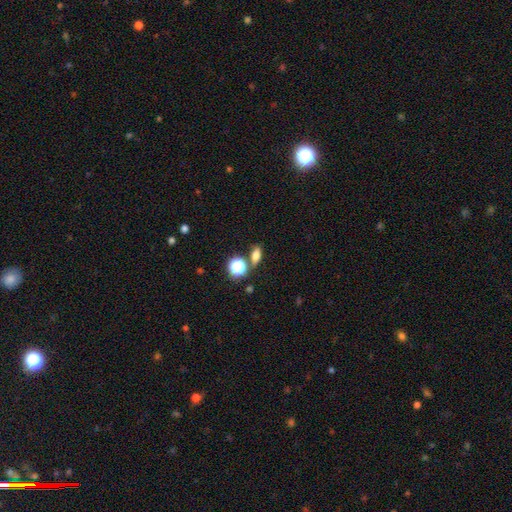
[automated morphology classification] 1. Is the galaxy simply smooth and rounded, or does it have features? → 73% smooth, 17% star or artifact, 11% featured or disk.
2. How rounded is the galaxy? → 68% in between, 21% round, 11% cigar-shaped.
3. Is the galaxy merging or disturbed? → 74% none, 11% merger, 11% minor disturbance, 3% major disturbance.